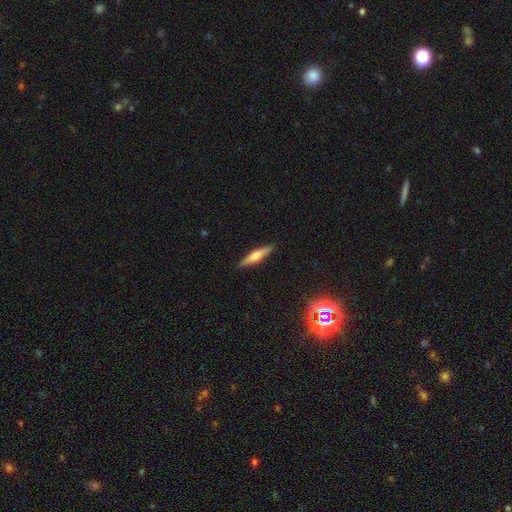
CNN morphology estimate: smooth-or-featured: smooth: 52% | featured or disk: 41% | star or artifact: 7%
  how-rounded: cigar-shaped: 82% | in between: 16% | round: 2%
  merging: none: 89% | minor disturbance: 8% | major disturbance: 2% | merger: 1%